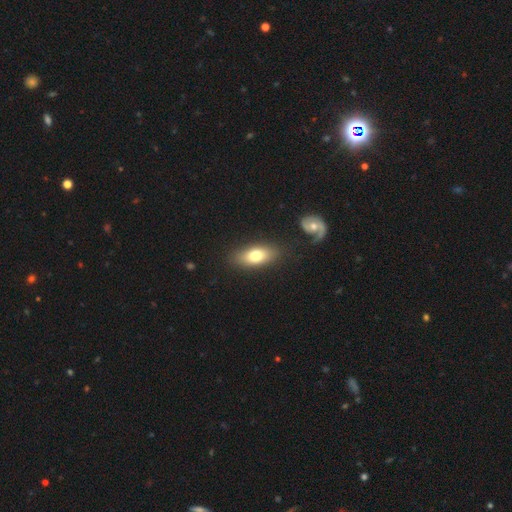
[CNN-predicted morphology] Q: Smooth or featured?
A: smooth (72%); runner-up: featured or disk (21%)
Q: How rounded?
A: in between (82%); runner-up: cigar-shaped (12%)
Q: Merging?
A: none (80%); runner-up: minor disturbance (12%)